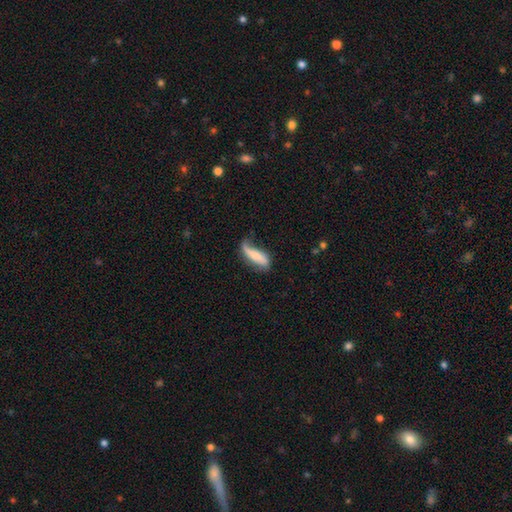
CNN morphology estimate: Smooth or featured? smooth (54%)
How rounded? cigar-shaped (53%)
Merging? none (42%)